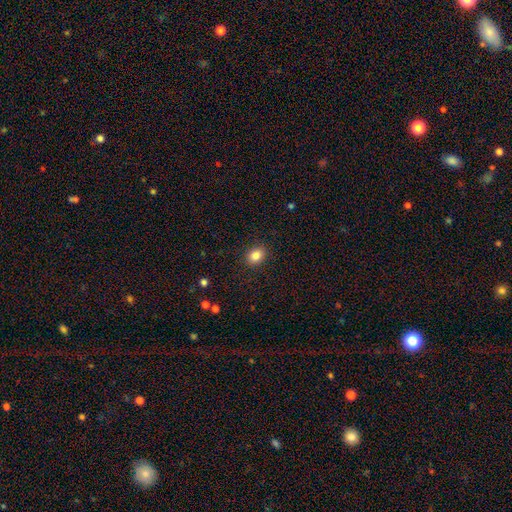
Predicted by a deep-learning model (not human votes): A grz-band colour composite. It shows a smooth galaxy with no disk features (84%) that is in between round and cigar-shaped (52%). Merging: none (90%).